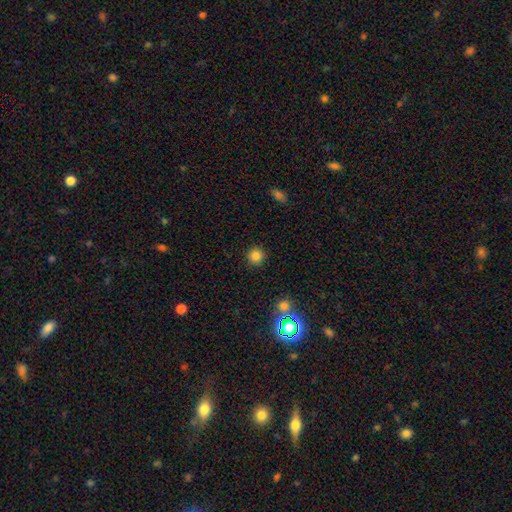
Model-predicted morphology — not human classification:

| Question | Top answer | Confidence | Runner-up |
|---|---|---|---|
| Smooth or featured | smooth | 82% | star or artifact (14%) |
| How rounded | round | 94% | in between (5%) |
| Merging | none | 91% | minor disturbance (5%) |